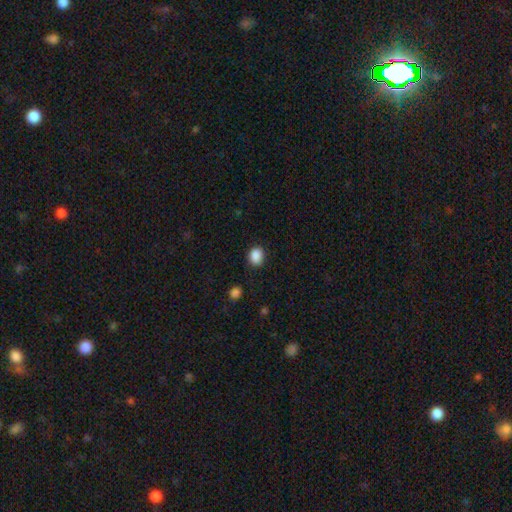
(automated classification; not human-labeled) Overall: smooth (88%). How rounded: round (52%; in between 47%). Merging: none (83%).